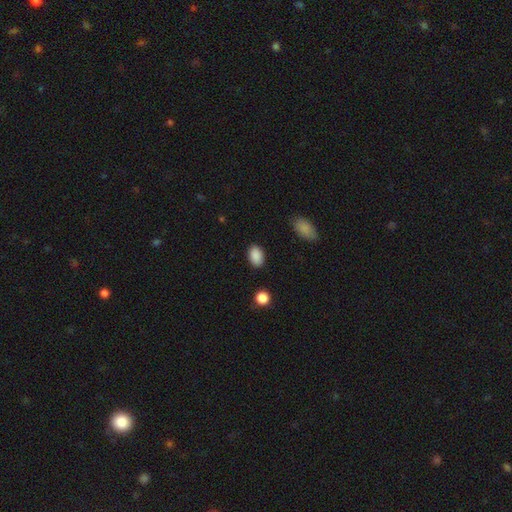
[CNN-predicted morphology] smooth_or_featured: smooth (p=0.89) [alt: star or artifact p=0.08]
how_rounded: in between (p=0.88) [alt: round p=0.11]
merging: none (p=0.87) [alt: minor disturbance p=0.09]